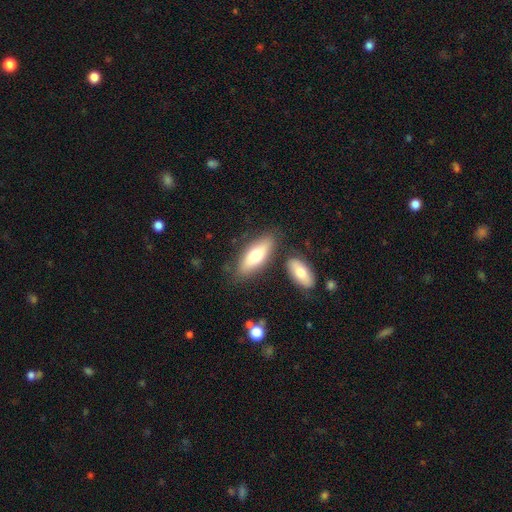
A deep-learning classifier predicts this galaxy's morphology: A smooth galaxy with no disk features (68%) that is in between round and cigar-shaped (67%). Merging: none (75%).